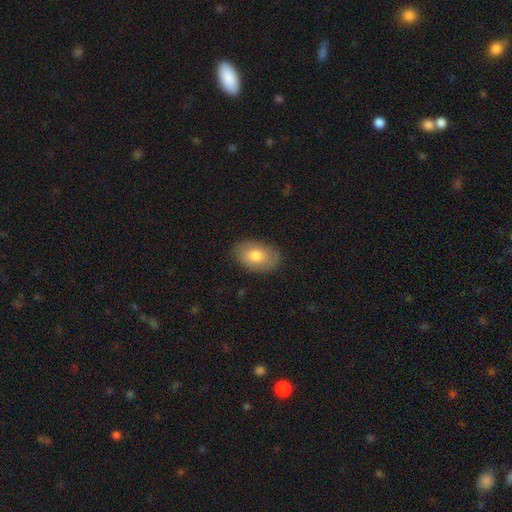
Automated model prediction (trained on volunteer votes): Smooth or featured: smooth — 76% (featured or disk — 17%)
How rounded: in between — 89% (round — 10%)
Merging: none — 84% (minor disturbance — 12%)